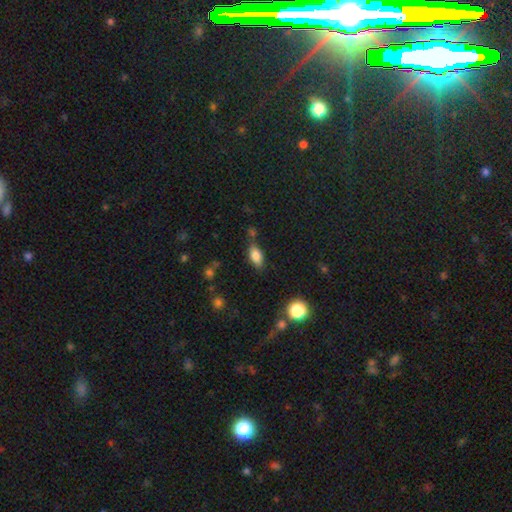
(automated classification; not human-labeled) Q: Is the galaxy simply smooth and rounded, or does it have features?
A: smooth — 81%.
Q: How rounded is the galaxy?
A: in between — 88%.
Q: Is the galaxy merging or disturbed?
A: none — 67%.